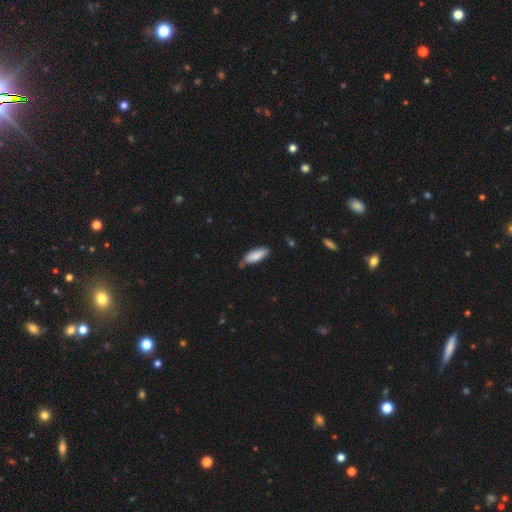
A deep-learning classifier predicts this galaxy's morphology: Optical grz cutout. It shows a smooth galaxy with no disk features (83%) that is in between round and cigar-shaped (69%). Merging: none (65%).